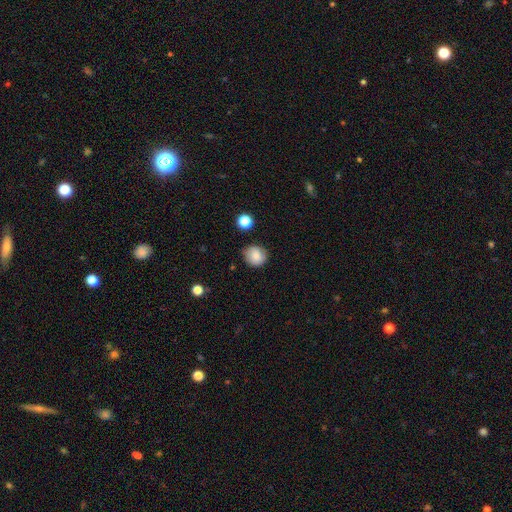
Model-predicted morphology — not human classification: Smooth or featured: smooth — 83% (star or artifact — 9%)
How rounded: round — 88% (in between — 11%)
Merging: none — 82% (minor disturbance — 14%)